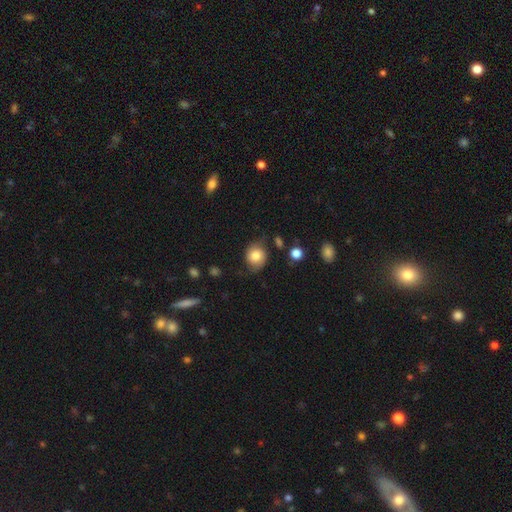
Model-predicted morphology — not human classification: smooth_or_featured: smooth (p=0.72) [alt: featured or disk p=0.19]
how_rounded: round (p=0.74) [alt: in between p=0.25]
merging: none (p=0.65) [alt: minor disturbance p=0.24]